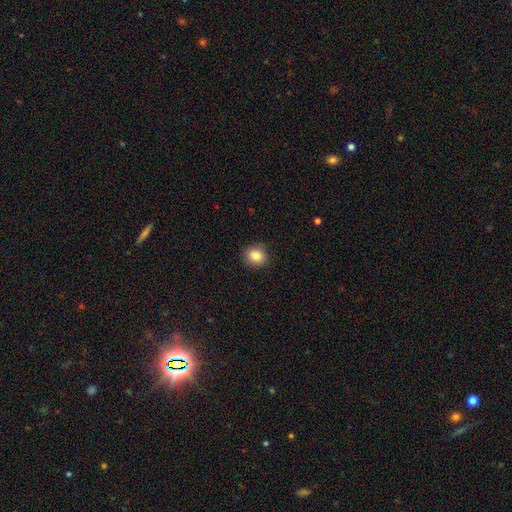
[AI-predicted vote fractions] Smooth or featured? smooth (87%)
How rounded? round (72%)
Merging? none (86%)